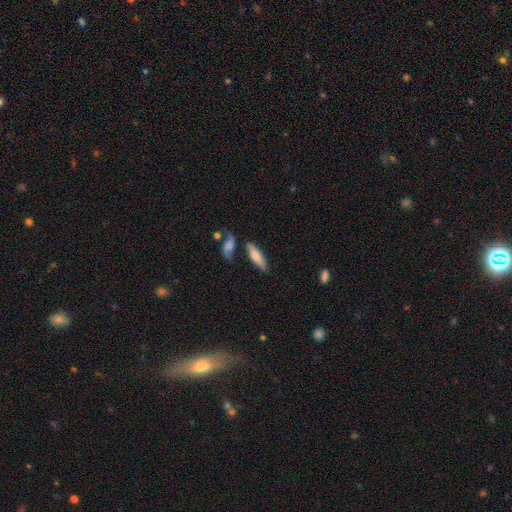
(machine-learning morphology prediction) smooth_or_featured: smooth (p=0.68) [alt: featured or disk p=0.25]
how_rounded: cigar-shaped (p=0.60) [alt: in between p=0.38]
merging: none (p=0.65) [alt: minor disturbance p=0.17]